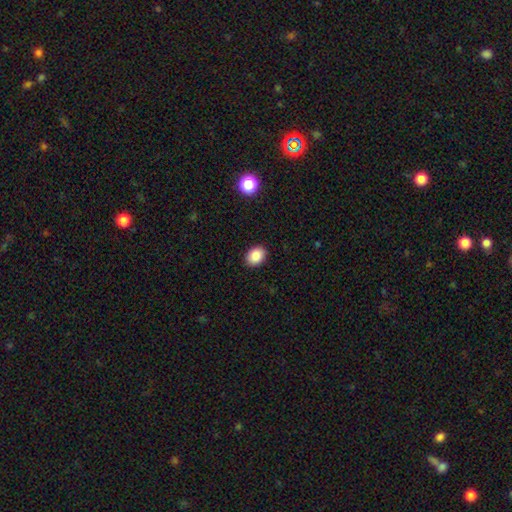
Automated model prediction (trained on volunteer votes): A smooth galaxy with no disk features (87%) that is in between round and cigar-shaped (63%).

Vote fractions:
- Smooth or featured? smooth: 87% / star or artifact: 9% / featured or disk: 4%
- How rounded? in between: 63% / round: 36% / cigar-shaped: 1%
- Merging? none: 90% / minor disturbance: 7% / major disturbance: 2% / merger: 1%